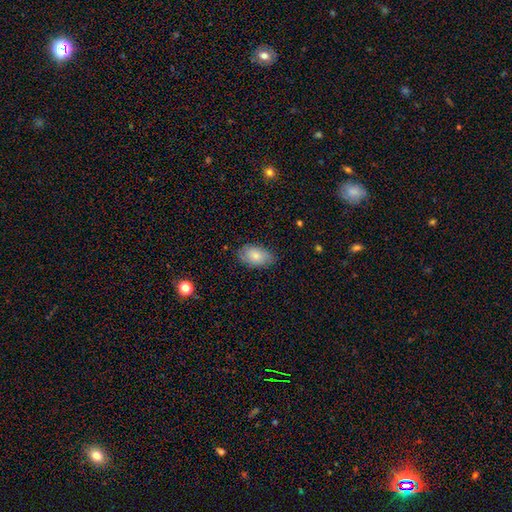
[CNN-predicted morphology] Q: Smooth or featured?
A: smooth (77%); runner-up: featured or disk (16%)
Q: How rounded?
A: in between (92%); runner-up: round (7%)
Q: Merging?
A: none (76%); runner-up: minor disturbance (19%)